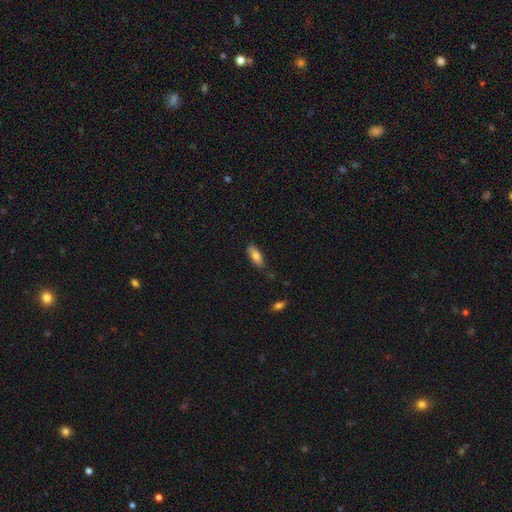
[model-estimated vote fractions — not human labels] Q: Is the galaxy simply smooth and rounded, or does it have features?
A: smooth — 78%.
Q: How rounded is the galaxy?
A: in between — 75%.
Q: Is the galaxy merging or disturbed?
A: none — 73%.